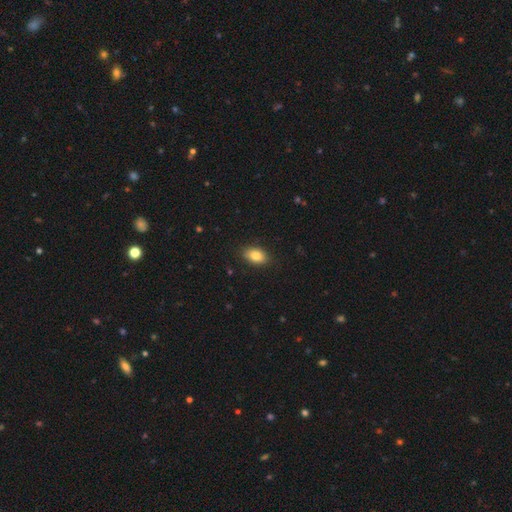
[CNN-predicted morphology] This appears to be a smooth galaxy with no disk features (84%) that is in between round and cigar-shaped (87%). Merging: none (87%).